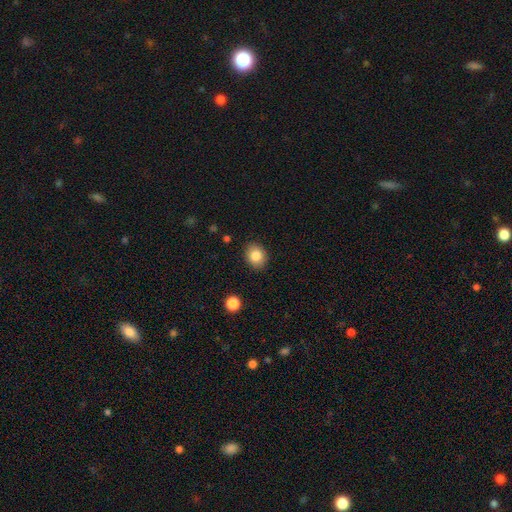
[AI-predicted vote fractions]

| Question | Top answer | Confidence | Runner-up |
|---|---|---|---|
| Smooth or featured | smooth | 83% | star or artifact (9%) |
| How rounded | round | 61% | in between (38%) |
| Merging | none | 89% | minor disturbance (8%) |